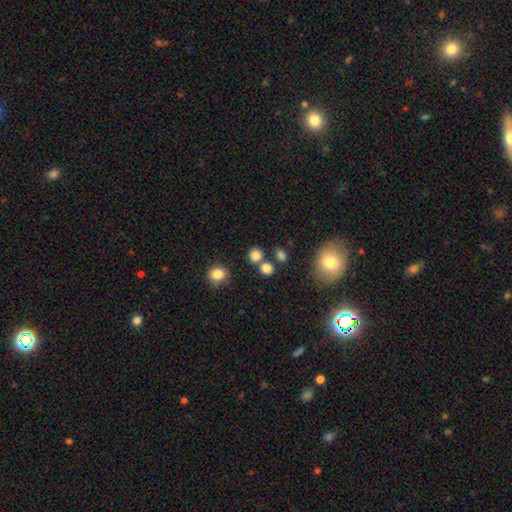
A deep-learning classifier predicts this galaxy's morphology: Smooth or featured: smooth — 80% (star or artifact — 14%)
How rounded: round — 85% (in between — 14%)
Merging: none — 68% (merger — 21%)